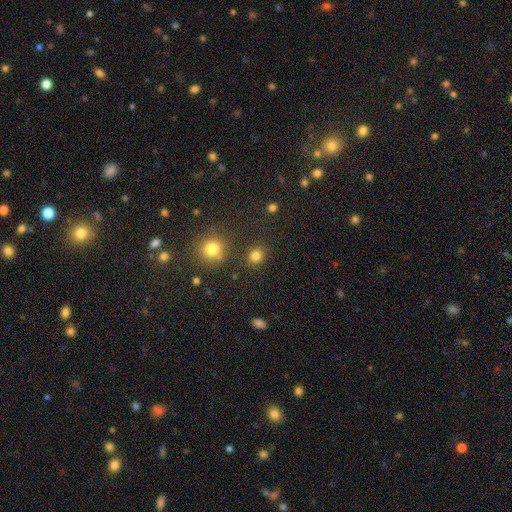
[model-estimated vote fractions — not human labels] Q: Smooth or featured?
A: smooth (80%); runner-up: star or artifact (15%)
Q: How rounded?
A: round (68%); runner-up: in between (30%)
Q: Merging?
A: none (83%); runner-up: minor disturbance (9%)